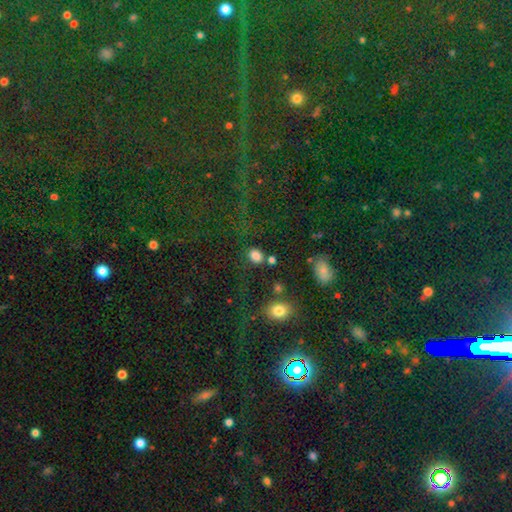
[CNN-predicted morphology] Overall: smooth (82%). How rounded: in between (55%; round 44%). Merging: none (74%).